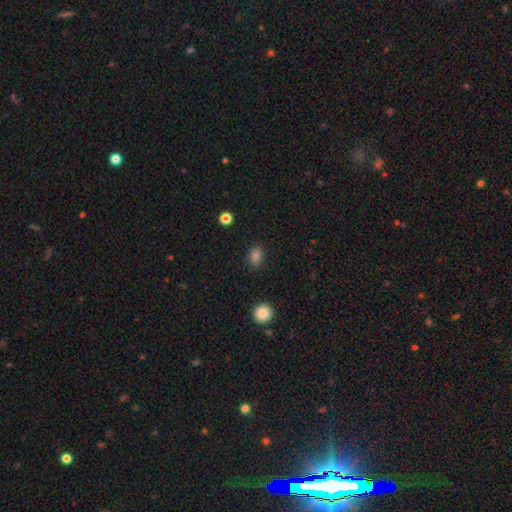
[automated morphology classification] smooth 83%, star or artifact 13%, featured or disk 4%. Down the decision tree: how rounded — in between (67%); merging — none (86%).